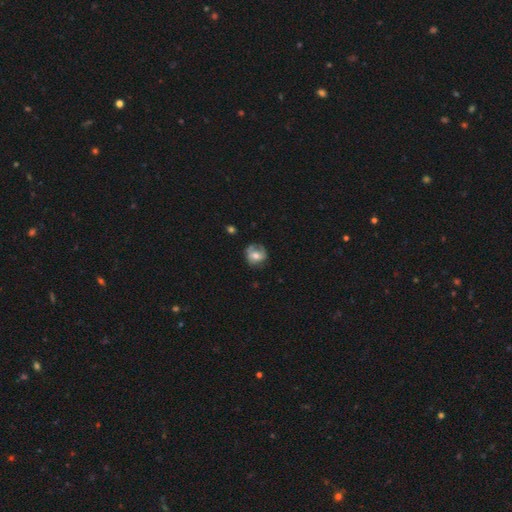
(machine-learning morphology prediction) type=smooth (54%); roundness=round (74%); merging=none (55%).